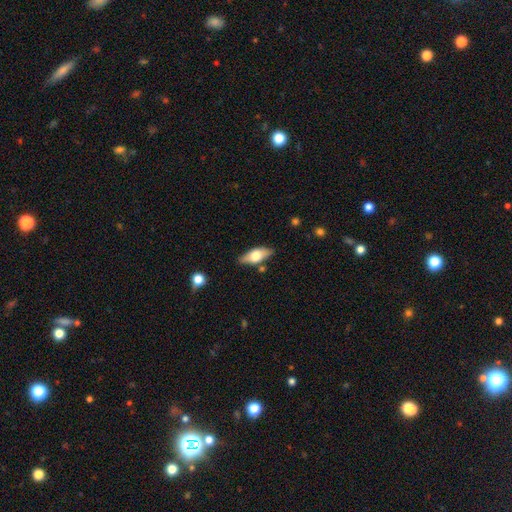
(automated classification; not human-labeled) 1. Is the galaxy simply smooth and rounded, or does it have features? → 57% smooth, 36% featured or disk, 6% star or artifact.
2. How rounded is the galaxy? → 79% in between, 18% cigar-shaped, 3% round.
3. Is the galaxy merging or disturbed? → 81% none, 14% minor disturbance, 3% merger, 3% major disturbance.